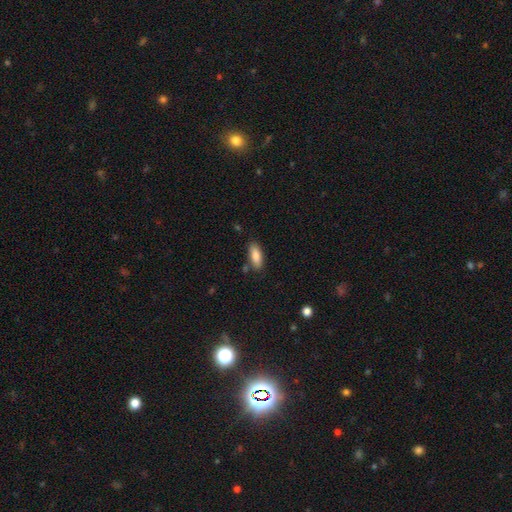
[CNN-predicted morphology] Overall: smooth (84%). How rounded: in between (73%). Merging: none (81%).